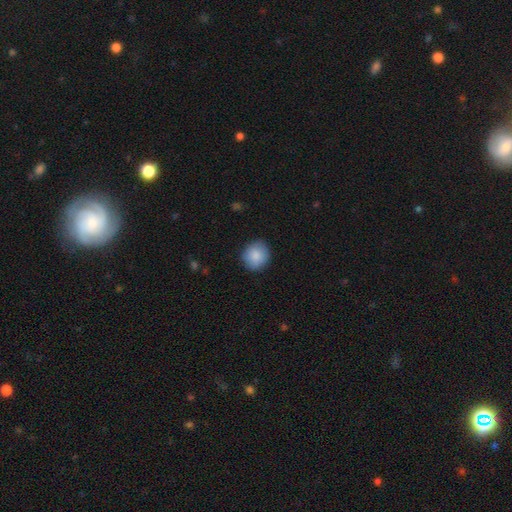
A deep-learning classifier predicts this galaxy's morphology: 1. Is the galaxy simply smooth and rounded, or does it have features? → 87% smooth, 7% star or artifact, 6% featured or disk.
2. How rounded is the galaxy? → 84% round, 15% in between, 1% cigar-shaped.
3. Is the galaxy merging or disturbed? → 87% none, 10% minor disturbance, 2% major disturbance, 1% merger.